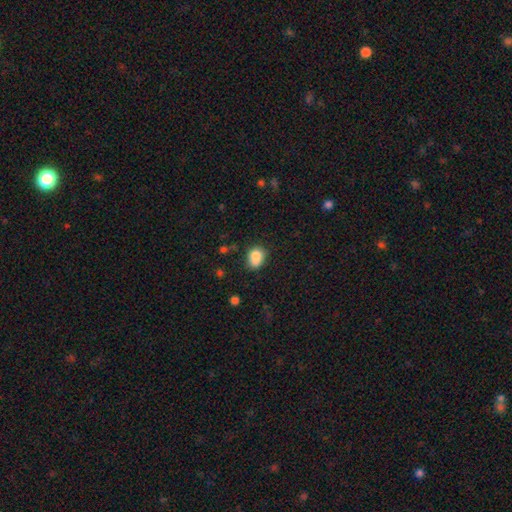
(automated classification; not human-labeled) smooth-or-featured: smooth: 84% | star or artifact: 9% | featured or disk: 7%
  how-rounded: in between: 62% | round: 37% | cigar-shaped: 1%
  merging: none: 64% | minor disturbance: 25% | major disturbance: 6% | merger: 6%